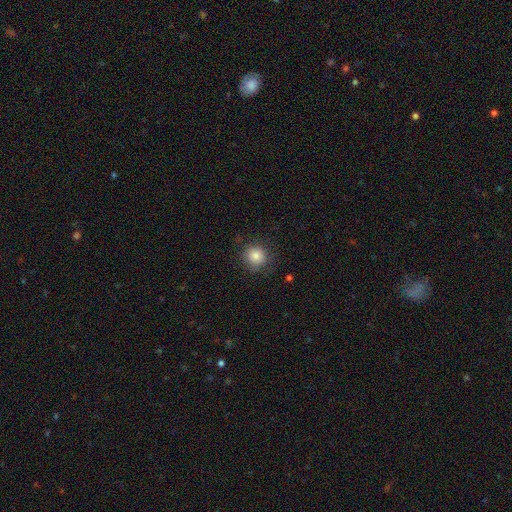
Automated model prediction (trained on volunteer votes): Smooth or featured? Predicted: smooth (p=0.83). How rounded? Predicted: round (p=0.91). Merging? Predicted: none (p=0.82).